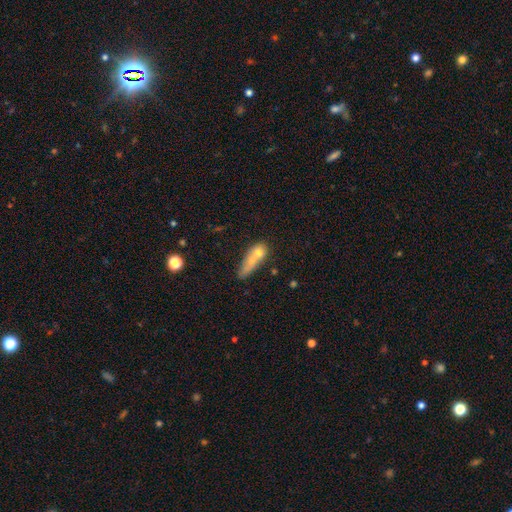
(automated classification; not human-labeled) A smooth galaxy with no disk features (64%) that is in between round and cigar-shaped (46%).

Vote fractions:
- Smooth or featured? smooth: 64% / featured or disk: 25% / star or artifact: 10%
- How rounded? in between: 46% / cigar-shaped: 42% / round: 12%
- Merging? merger: 39% / none: 28% / minor disturbance: 18% / major disturbance: 14%